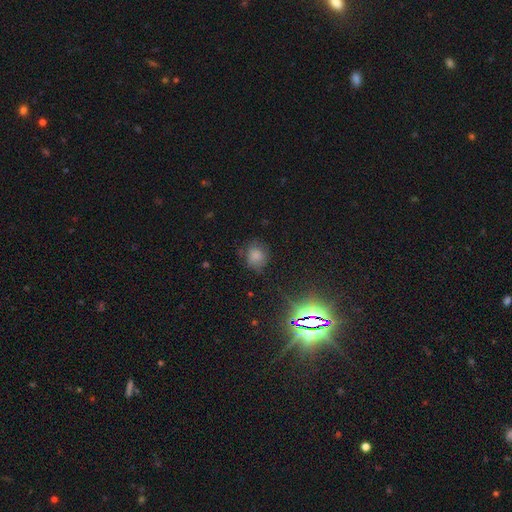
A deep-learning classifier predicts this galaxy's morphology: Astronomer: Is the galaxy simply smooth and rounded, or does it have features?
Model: smooth — 75%.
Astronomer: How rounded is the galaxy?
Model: round — 77%.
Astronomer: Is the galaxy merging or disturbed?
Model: none — 74%.